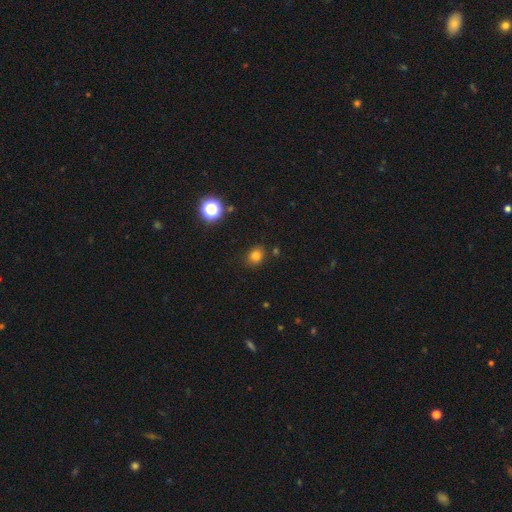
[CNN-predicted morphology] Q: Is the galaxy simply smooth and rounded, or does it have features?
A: smooth — 79%.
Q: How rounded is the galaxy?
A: round — 64%.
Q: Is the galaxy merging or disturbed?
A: none — 85%.